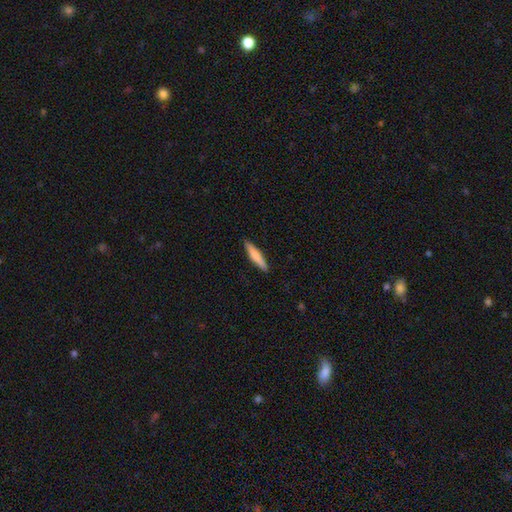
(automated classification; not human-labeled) Morphology: type=smooth (75%); roundness=cigar-shaped (87%); merging=none (90%).